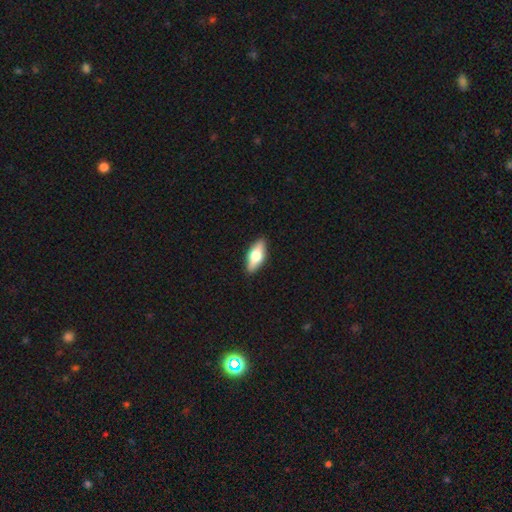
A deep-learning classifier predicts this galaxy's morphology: The model was most divided on "smooth or featured": smooth: 59%, featured or disk: 35%, star or artifact: 6%. More confident: merging — none (89%); how rounded — in between (74%).